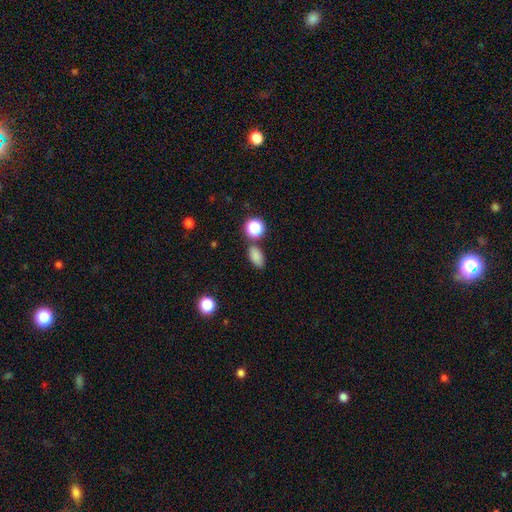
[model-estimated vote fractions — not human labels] A smooth galaxy with no disk features (81%) that is in between round and cigar-shaped (86%). Merging: none (73%).